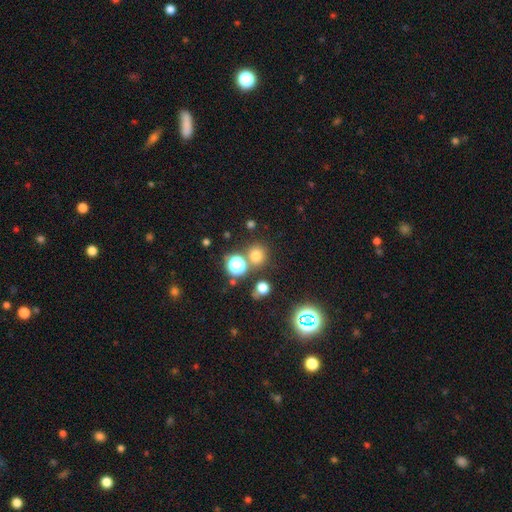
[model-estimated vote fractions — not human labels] A smooth galaxy with no disk features (70%) that is round (88%). Merging: none (77%).